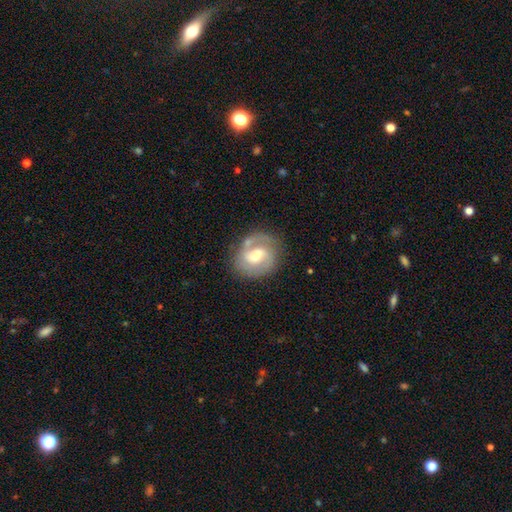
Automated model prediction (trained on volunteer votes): Smooth or featured: featured or disk — 73% (smooth — 21%)
Edge-on disk: no — 97% (yes — 3%)
Bar: weak — 56% (no — 23%)
Spiral arms: yes — 87% (no — 13%)
Spiral winding: medium — 47% (tight — 35%)
Spiral arm count: 2 — 72% (1 — 16%)
Bulge size: moderate — 57% (small — 19%)
Merging: none — 71% (minor disturbance — 18%)